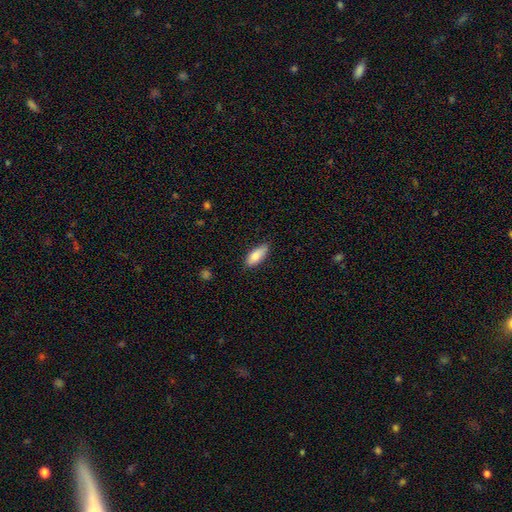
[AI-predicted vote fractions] A smooth galaxy with no disk features (83%) that is in between round and cigar-shaped (71%). Merging: none (79%).